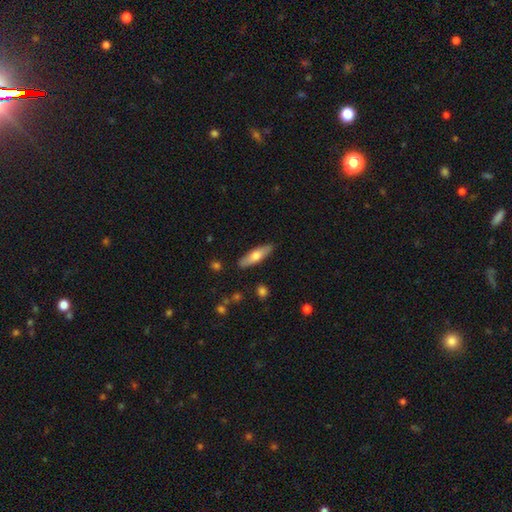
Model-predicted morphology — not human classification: The model was most divided on "how rounded": cigar-shaped: 59%, in between: 39%, round: 2%. More confident: merging — none (88%); smooth or featured — smooth (63%).